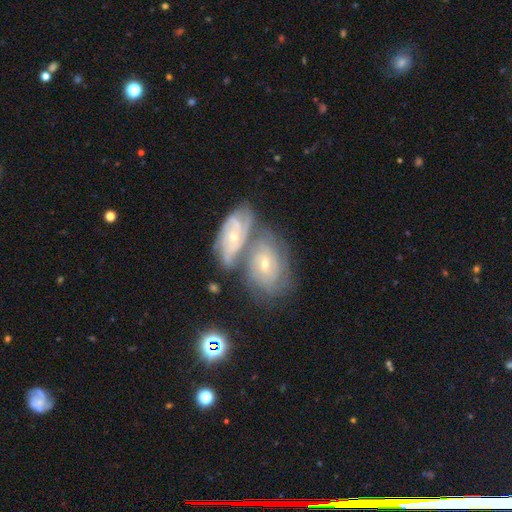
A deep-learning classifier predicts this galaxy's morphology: type=featured or disk (48%); merging=merger (45%).